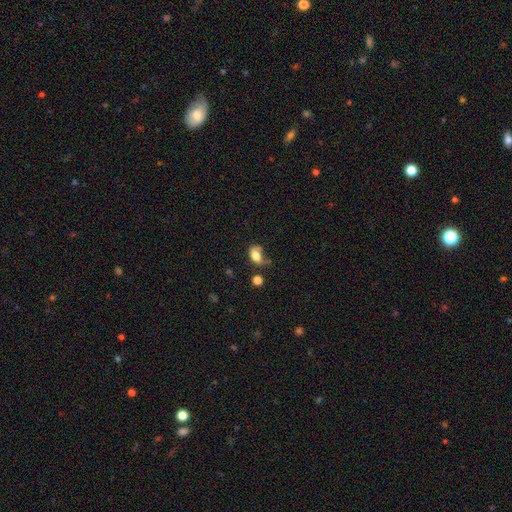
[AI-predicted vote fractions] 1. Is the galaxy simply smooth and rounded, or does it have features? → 69% smooth, 21% featured or disk, 10% star or artifact.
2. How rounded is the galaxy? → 77% in between, 21% round, 2% cigar-shaped.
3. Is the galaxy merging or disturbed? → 31% major disturbance, 29% minor disturbance, 29% none, 11% merger.